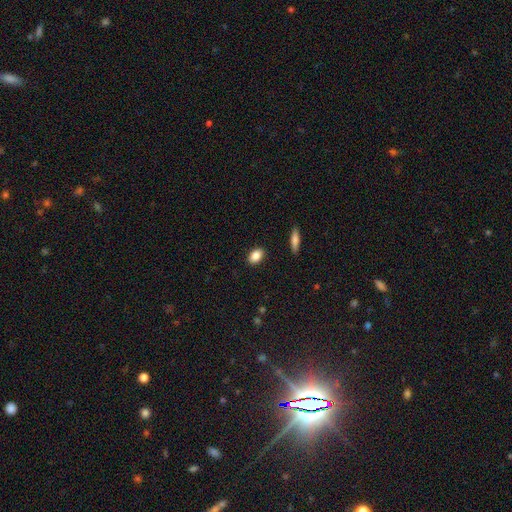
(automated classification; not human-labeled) A smooth galaxy with no disk features (86%) that is in between round and cigar-shaped (84%).

Vote fractions:
- Smooth or featured? smooth: 86% / star or artifact: 8% / featured or disk: 6%
- How rounded? in between: 84% / round: 14% / cigar-shaped: 2%
- Merging? none: 89% / minor disturbance: 8% / major disturbance: 2% / merger: 1%